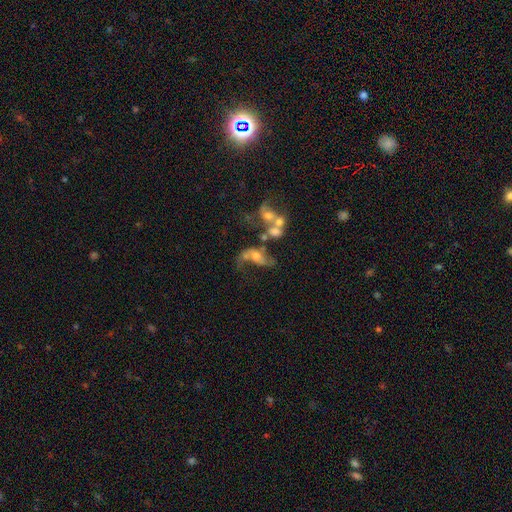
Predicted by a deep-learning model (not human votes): This appears to be a featured or disk galaxy (64%) with no bar (70%), spiral arms (57%) and a moderate central bulge (44%). Merging: merger (44%).